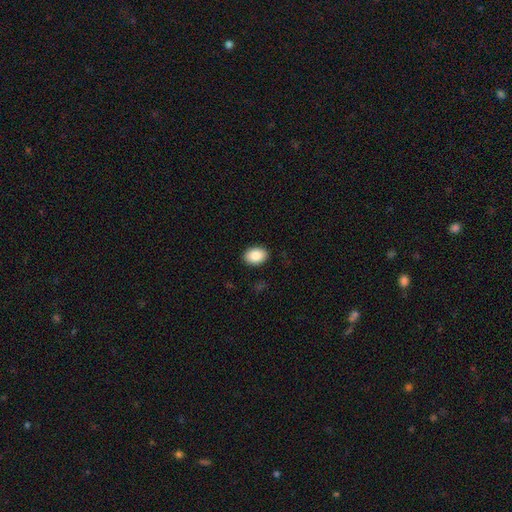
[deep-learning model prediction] The model was most divided on "how rounded": in between: 74%, round: 25%, cigar-shaped: 1%. More confident: merging — none (90%); smooth or featured — smooth (86%).